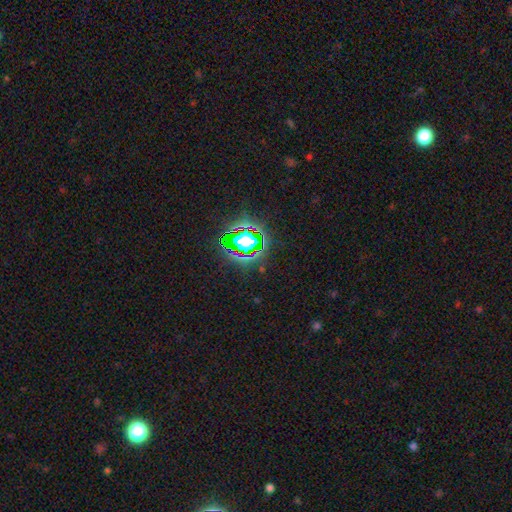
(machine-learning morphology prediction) A star or artifact, not a galaxy (81%).

Vote fractions:
- Smooth or featured? star or artifact: 81% / smooth: 12% / featured or disk: 7%